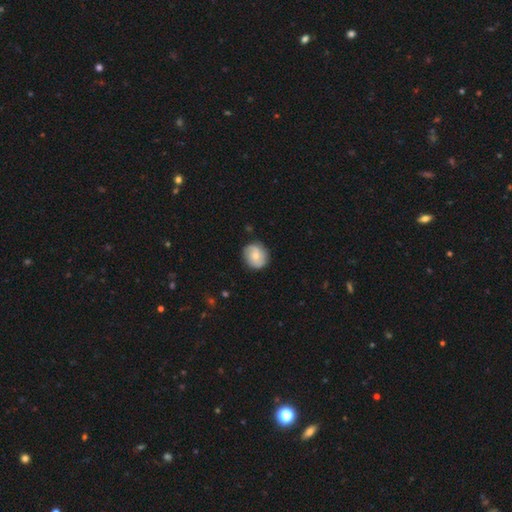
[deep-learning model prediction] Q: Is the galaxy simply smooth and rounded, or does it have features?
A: featured or disk — 47%.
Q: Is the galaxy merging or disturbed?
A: none — 80%.